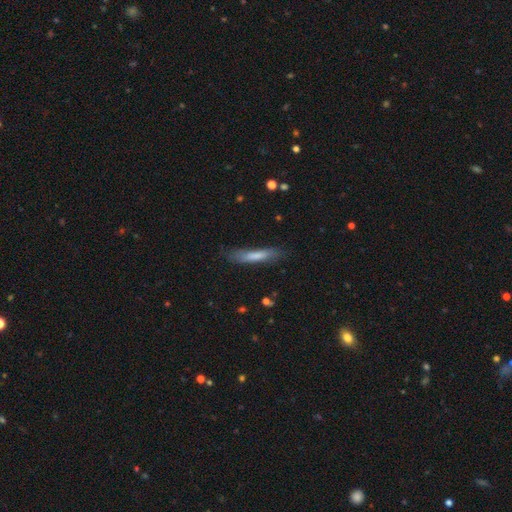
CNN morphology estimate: Q: Smooth or featured?
A: smooth (71%); runner-up: featured or disk (22%)
Q: How rounded?
A: cigar-shaped (87%); runner-up: in between (12%)
Q: Merging?
A: none (71%); runner-up: minor disturbance (21%)